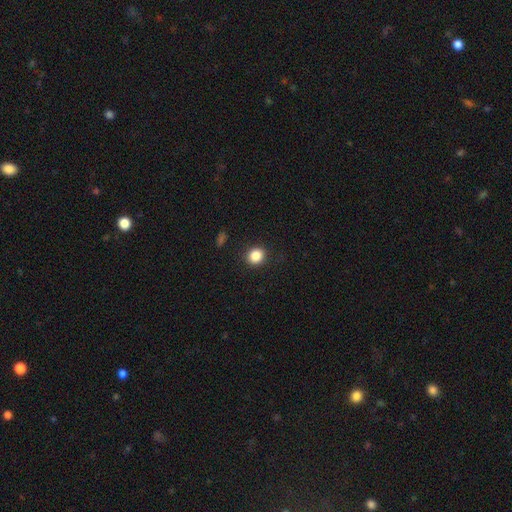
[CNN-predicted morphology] This appears to be a smooth galaxy with no disk features (86%) that is round (78%). Merging: none (90%).